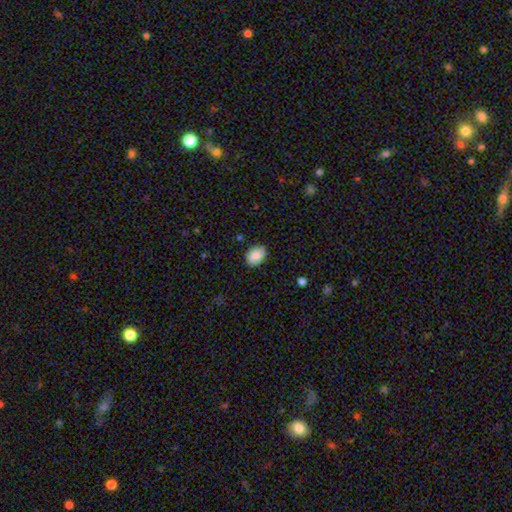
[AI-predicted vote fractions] Smooth or featured?
  - smooth: 89% *
  - star or artifact: 7%
  - featured or disk: 5%
How rounded?
  - in between: 80% *
  - round: 19%
  - cigar-shaped: 1%
Merging?
  - none: 87% *
  - minor disturbance: 9%
  - major disturbance: 2%
  - merger: 1%